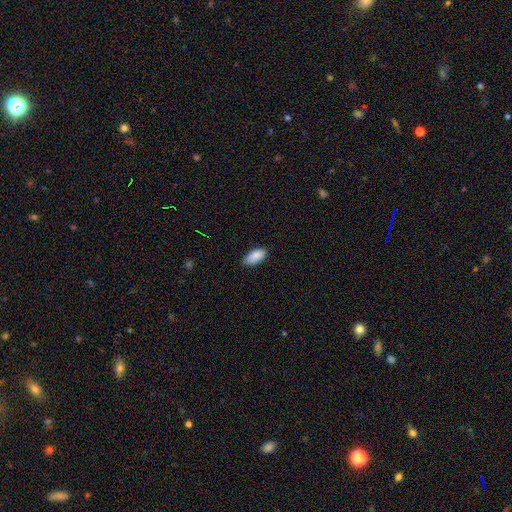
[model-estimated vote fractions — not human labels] Overall: smooth (88%). How rounded: in between (94%). Merging: none (82%).